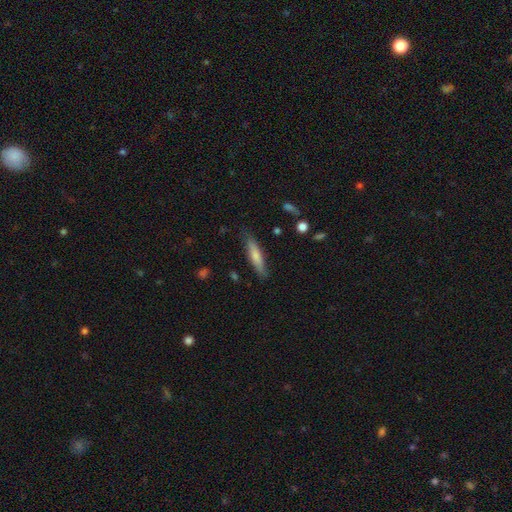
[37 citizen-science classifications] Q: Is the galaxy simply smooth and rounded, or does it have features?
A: smooth — 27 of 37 (73%).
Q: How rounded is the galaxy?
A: cigar-shaped — 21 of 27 (78%).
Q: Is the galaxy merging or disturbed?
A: none — 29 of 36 (81%).